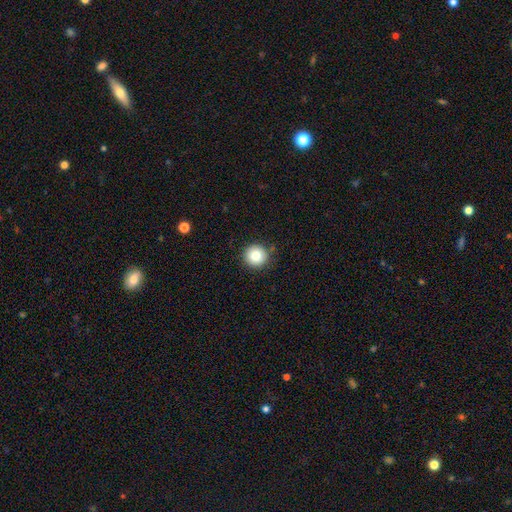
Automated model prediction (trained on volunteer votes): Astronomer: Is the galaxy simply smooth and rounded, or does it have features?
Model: smooth — 81%.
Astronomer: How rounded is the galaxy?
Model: round — 95%.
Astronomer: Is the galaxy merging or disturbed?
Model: none — 88%.